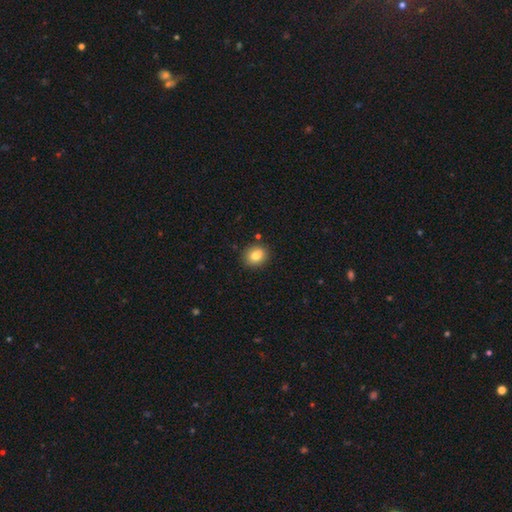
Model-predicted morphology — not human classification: A smooth galaxy with no disk features (80%) that is round (69%). Merging: none (88%).